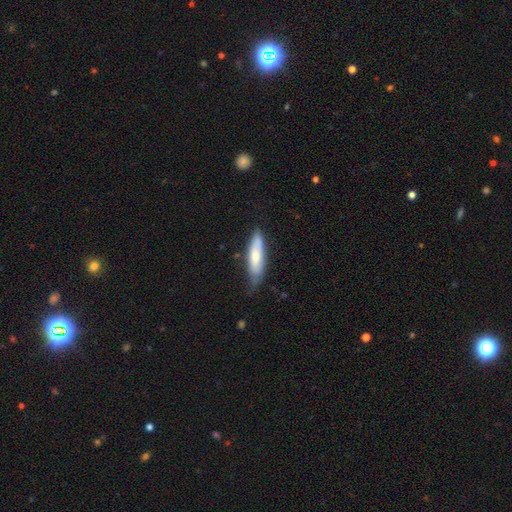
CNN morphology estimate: Smooth or featured? smooth (67%)
How rounded? cigar-shaped (60%)
Merging? none (68%)